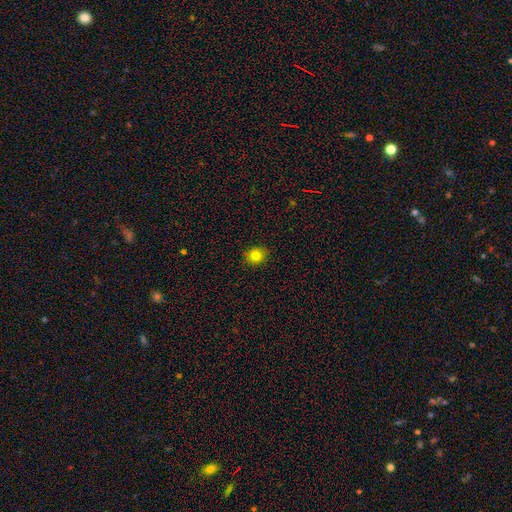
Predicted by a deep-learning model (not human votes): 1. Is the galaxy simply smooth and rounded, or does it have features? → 81% smooth, 12% star or artifact, 7% featured or disk.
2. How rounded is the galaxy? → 74% round, 25% in between, 1% cigar-shaped.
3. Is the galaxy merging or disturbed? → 89% none, 8% minor disturbance, 2% major disturbance, 1% merger.